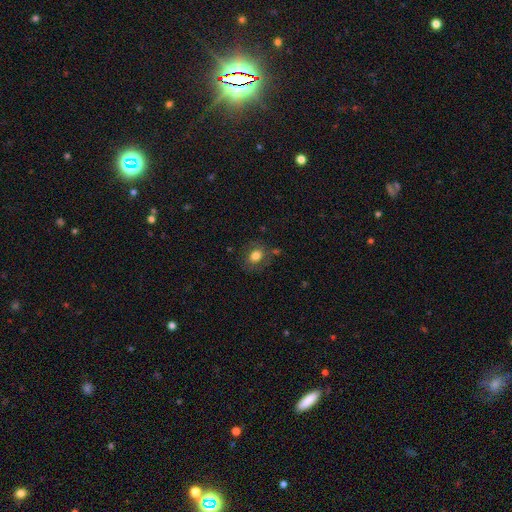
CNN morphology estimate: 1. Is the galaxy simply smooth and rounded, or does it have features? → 75% smooth, 15% featured or disk, 10% star or artifact.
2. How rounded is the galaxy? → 50% round, 49% in between, 1% cigar-shaped.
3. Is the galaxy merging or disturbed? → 74% none, 16% minor disturbance, 6% major disturbance, 4% merger.